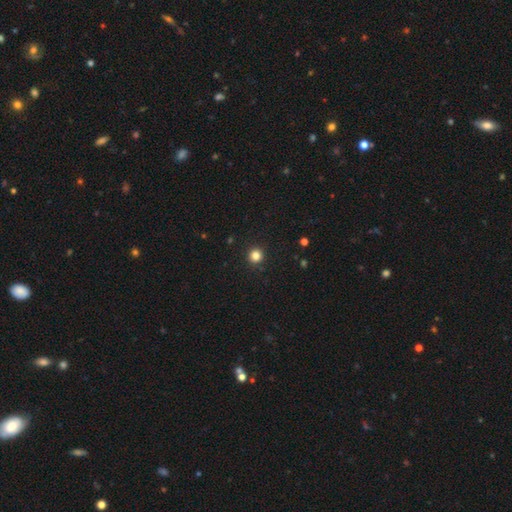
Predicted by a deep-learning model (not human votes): Smooth or featured: smooth — 83% (star or artifact — 13%)
How rounded: round — 95% (in between — 4%)
Merging: none — 93% (minor disturbance — 5%)